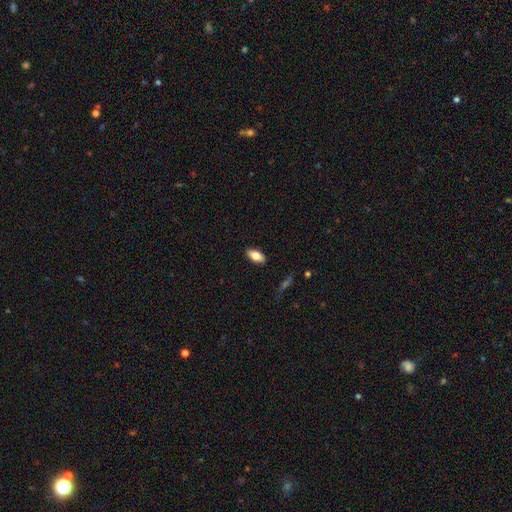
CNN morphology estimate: Q: Smooth or featured?
A: smooth (77%); runner-up: featured or disk (17%)
Q: How rounded?
A: in between (88%); runner-up: cigar-shaped (9%)
Q: Merging?
A: none (88%); runner-up: minor disturbance (9%)